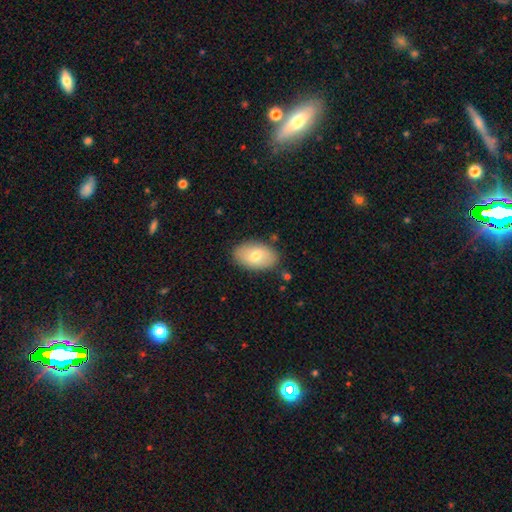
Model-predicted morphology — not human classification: This is likely a smooth galaxy (73%). How rounded: clearly in between (93%). Merging: clearly none (83%).